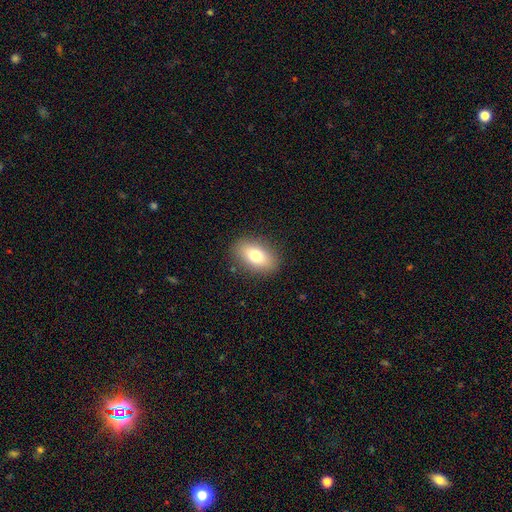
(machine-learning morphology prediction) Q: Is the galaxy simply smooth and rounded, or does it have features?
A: smooth — 75%.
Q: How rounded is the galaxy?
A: in between — 87%.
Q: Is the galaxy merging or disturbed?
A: none — 87%.